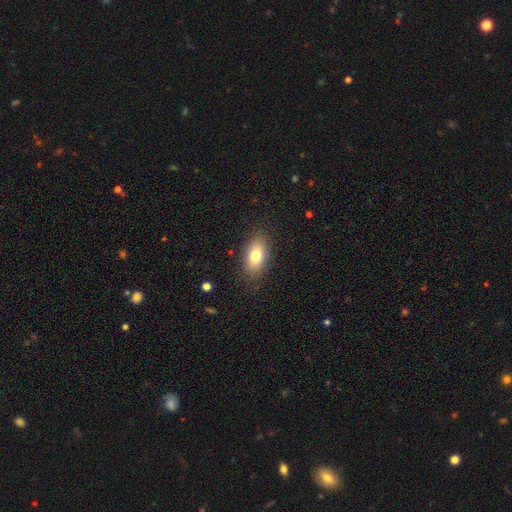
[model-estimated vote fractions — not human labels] Overall: smooth (77%). How rounded: in between (88%). Merging: none (84%).